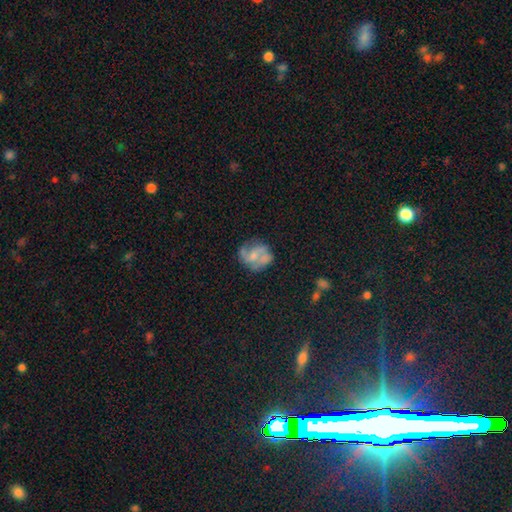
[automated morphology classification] This is likely a featured or disk galaxy (63%). It is clearly not viewed edge-on (98%). Bar: possibly no (56%). Spiral arm pattern: likely yes (76%). Central bulge: marginally small (37%). Merging: likely none (60%).